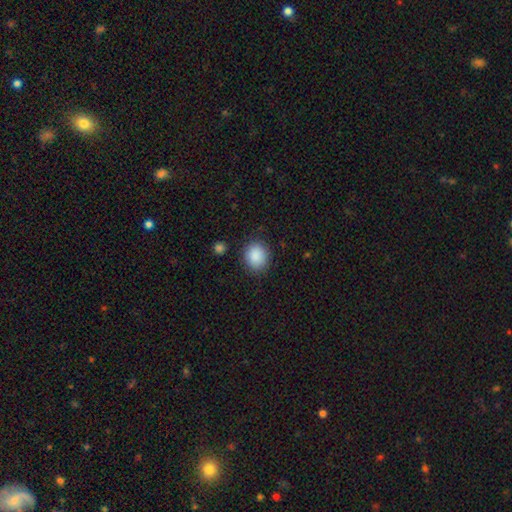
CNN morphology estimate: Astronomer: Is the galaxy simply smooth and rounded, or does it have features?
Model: smooth — 89%.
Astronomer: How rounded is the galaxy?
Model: round — 72%.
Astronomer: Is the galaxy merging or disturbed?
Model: none — 86%.